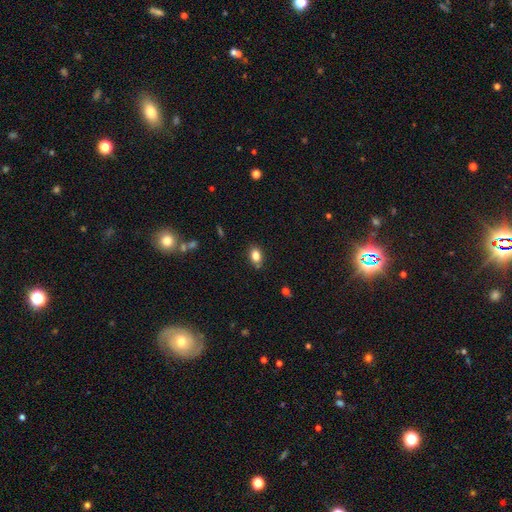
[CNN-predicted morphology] Overall: smooth (82%). How rounded: in between (79%). Merging: none (80%).